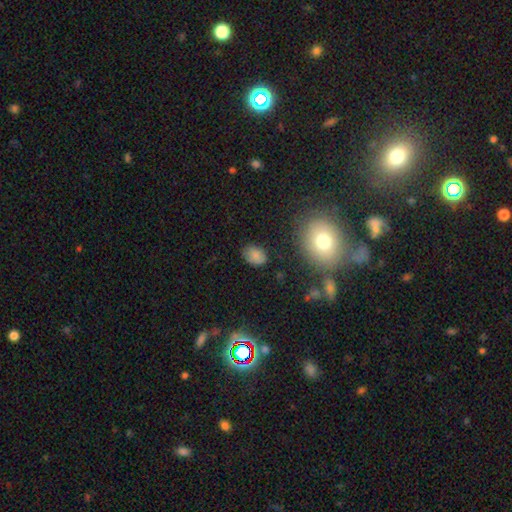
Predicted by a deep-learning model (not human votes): Morphology: type=smooth (80%); roundness=in between (74%); merging=none (77%).